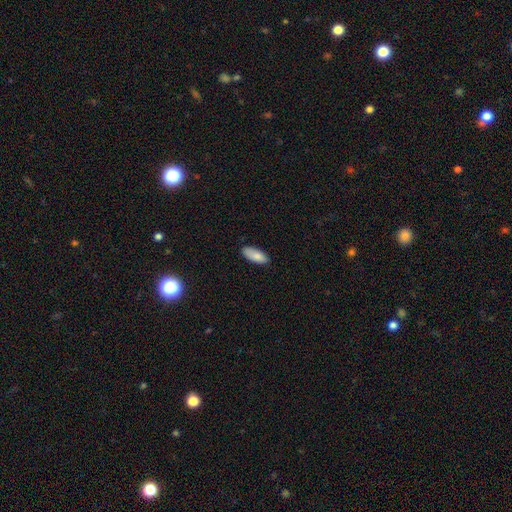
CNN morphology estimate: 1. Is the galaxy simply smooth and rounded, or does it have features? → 86% smooth, 8% featured or disk, 6% star or artifact.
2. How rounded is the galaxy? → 82% in between, 17% cigar-shaped, 2% round.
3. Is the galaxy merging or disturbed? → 82% none, 15% minor disturbance, 2% major disturbance, 1% merger.